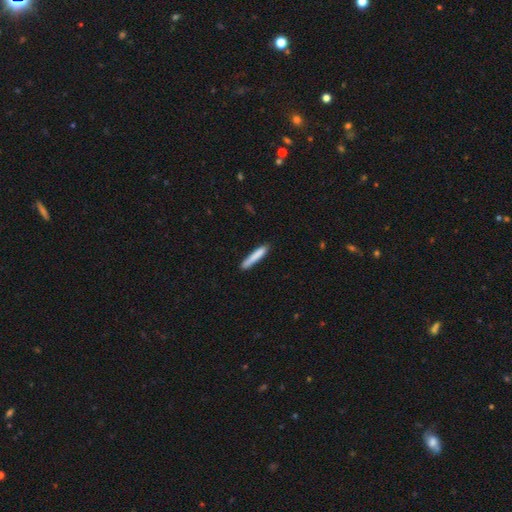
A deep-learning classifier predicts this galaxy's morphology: Q: Smooth or featured?
A: smooth (82%); runner-up: featured or disk (12%)
Q: How rounded?
A: cigar-shaped (93%); runner-up: in between (5%)
Q: Merging?
A: none (84%); runner-up: minor disturbance (12%)